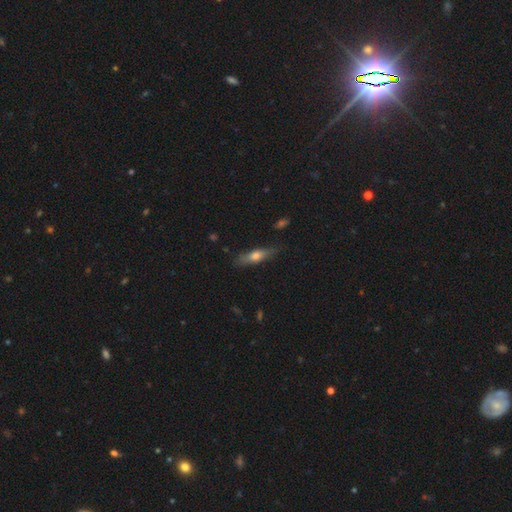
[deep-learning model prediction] Smooth or featured? smooth (59%)
How rounded? cigar-shaped (60%)
Merging? none (76%)